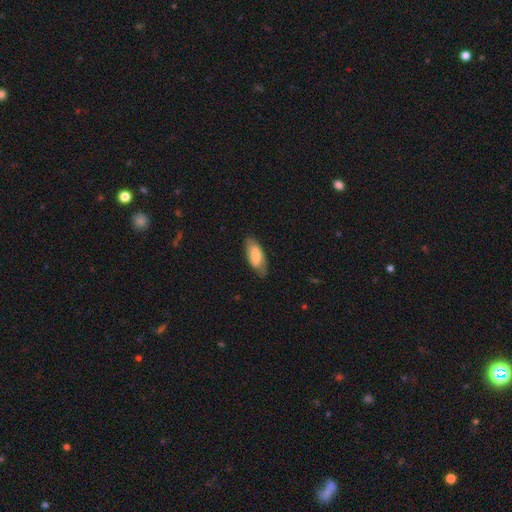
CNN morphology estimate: smooth 70%, featured or disk 24%, star or artifact 6%. Down the decision tree: how rounded — in between (82%); merging — none (75%).